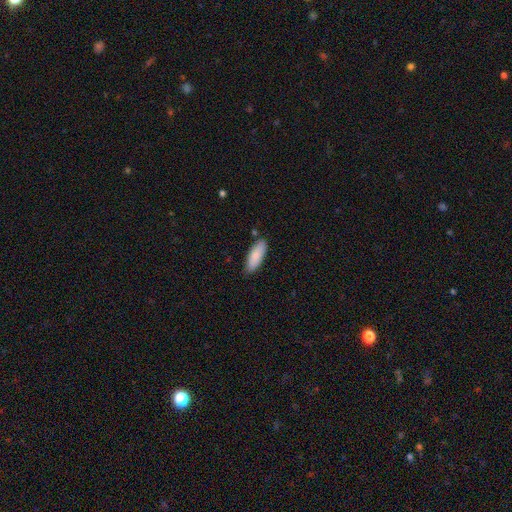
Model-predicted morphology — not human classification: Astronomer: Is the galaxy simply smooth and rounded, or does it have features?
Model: smooth — 86%.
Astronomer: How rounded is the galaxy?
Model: in between — 68%.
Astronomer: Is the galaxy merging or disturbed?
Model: none — 80%.